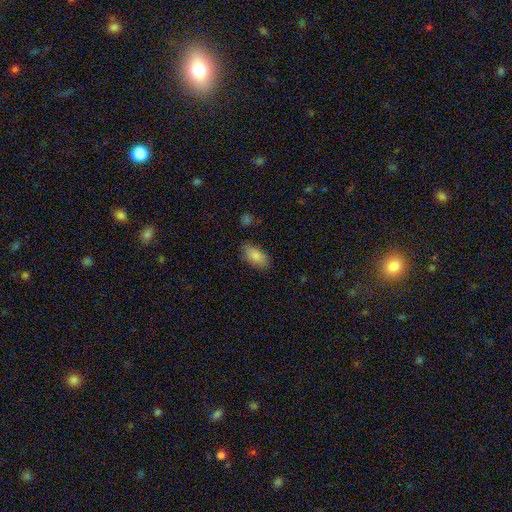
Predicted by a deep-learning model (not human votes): A smooth galaxy with no disk features (84%) that is in between round and cigar-shaped (90%).

Vote fractions:
- Smooth or featured? smooth: 84% / featured or disk: 9% / star or artifact: 7%
- How rounded? in between: 90% / cigar-shaped: 6% / round: 3%
- Merging? none: 81% / minor disturbance: 14% / major disturbance: 3% / merger: 2%